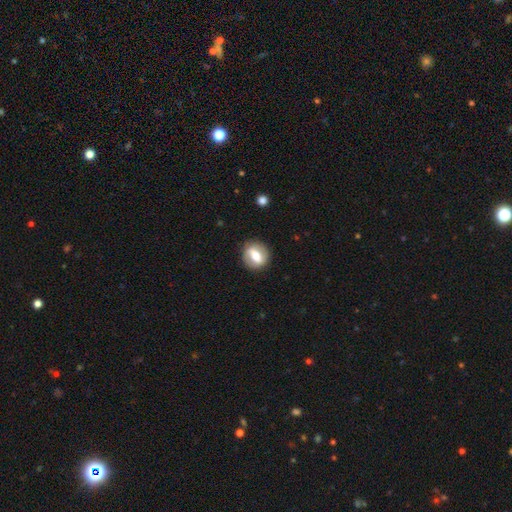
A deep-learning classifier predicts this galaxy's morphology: A featured or disk galaxy (49%). Merging: none (86%).